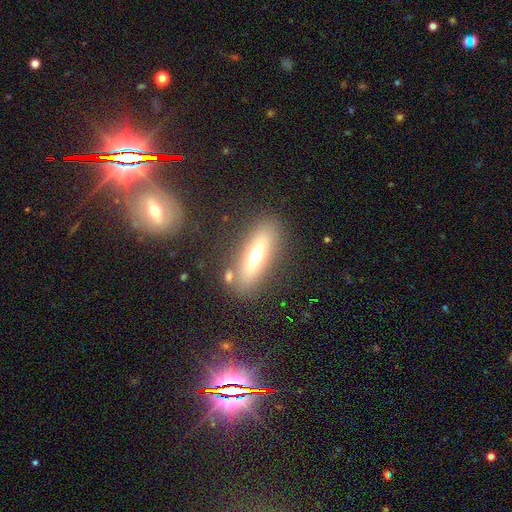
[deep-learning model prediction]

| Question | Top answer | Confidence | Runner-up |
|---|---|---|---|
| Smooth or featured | smooth | 57% | featured or disk (33%) |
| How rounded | in between | 52% | cigar-shaped (44%) |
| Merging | none | 79% | minor disturbance (11%) |